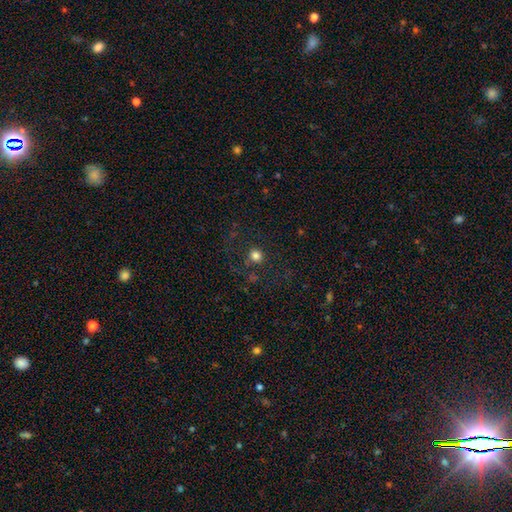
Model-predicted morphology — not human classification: The model was most divided on "smooth or featured": smooth: 78%, star or artifact: 15%, featured or disk: 7%. More confident: how rounded — round (90%); merging — none (81%).